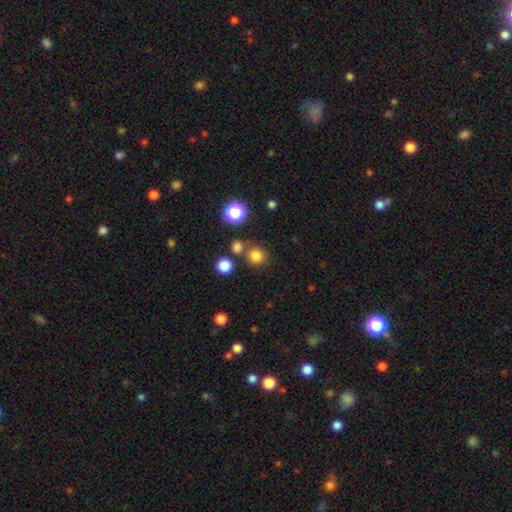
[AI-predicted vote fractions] Smooth or featured?
  - smooth: 78% *
  - star or artifact: 17%
  - featured or disk: 5%
How rounded?
  - round: 93% *
  - in between: 6%
  - cigar-shaped: 1%
Merging?
  - none: 77% *
  - merger: 12%
  - minor disturbance: 7%
  - major disturbance: 3%